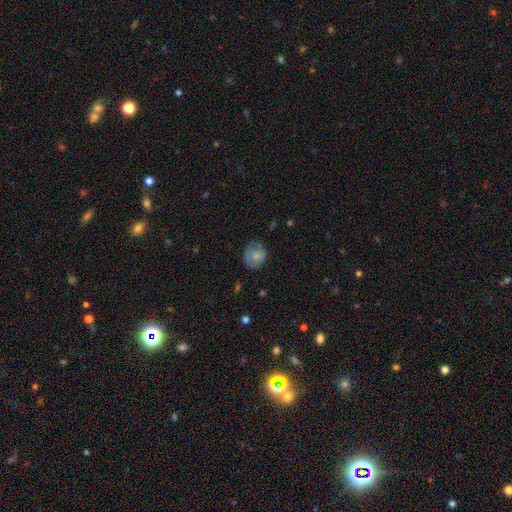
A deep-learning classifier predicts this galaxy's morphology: This appears to be a smooth galaxy with no disk features (68%) that is round (75%). Merging: none (61%).